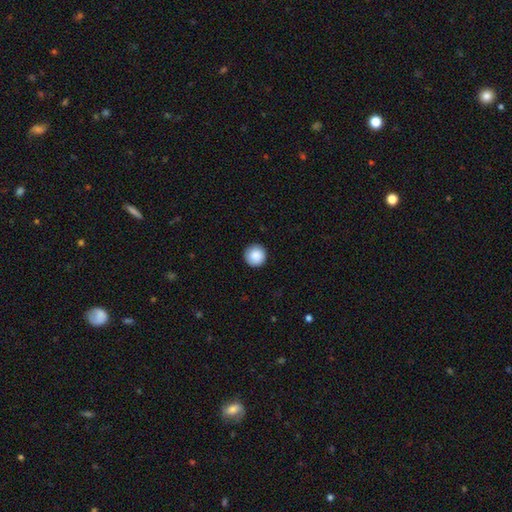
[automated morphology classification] Smooth or featured? Predicted: smooth (p=0.88). How rounded? Predicted: round (p=0.96). Merging? Predicted: none (p=0.91).